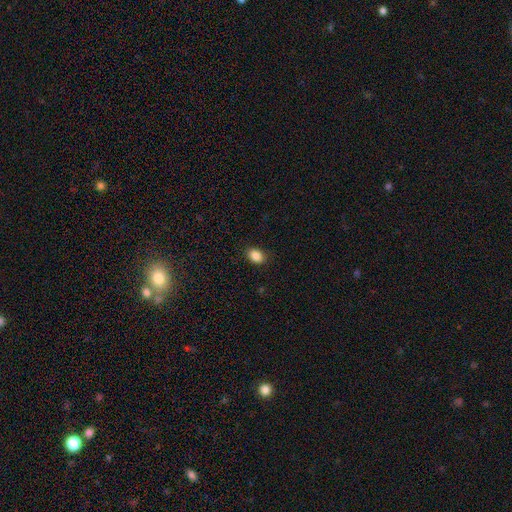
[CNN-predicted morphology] Q: Smooth or featured?
A: smooth (88%); runner-up: star or artifact (9%)
Q: How rounded?
A: in between (75%); runner-up: round (24%)
Q: Merging?
A: none (87%); runner-up: minor disturbance (10%)